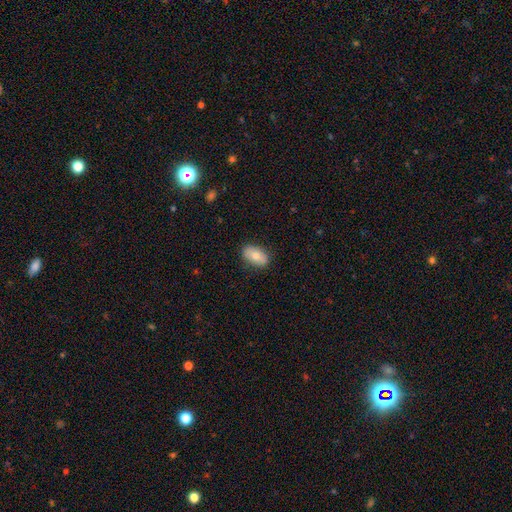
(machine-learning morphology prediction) Smooth or featured: smooth — 71% (featured or disk — 22%)
How rounded: in between — 90% (round — 7%)
Merging: none — 86% (minor disturbance — 11%)